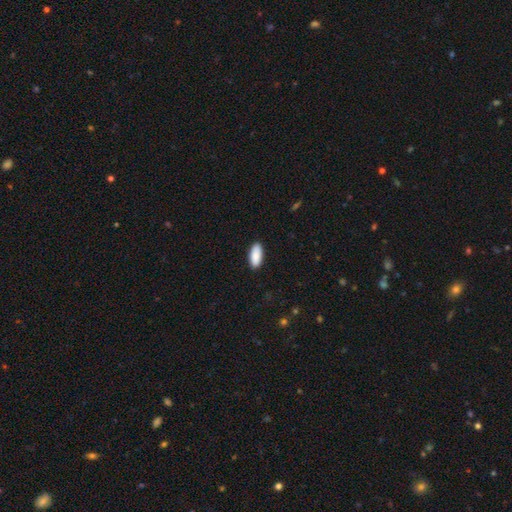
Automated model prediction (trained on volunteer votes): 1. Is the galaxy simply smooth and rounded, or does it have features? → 90% smooth, 6% star or artifact, 4% featured or disk.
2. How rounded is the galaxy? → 86% in between, 12% cigar-shaped, 2% round.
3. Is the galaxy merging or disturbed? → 89% none, 9% minor disturbance, 2% major disturbance, 1% merger.